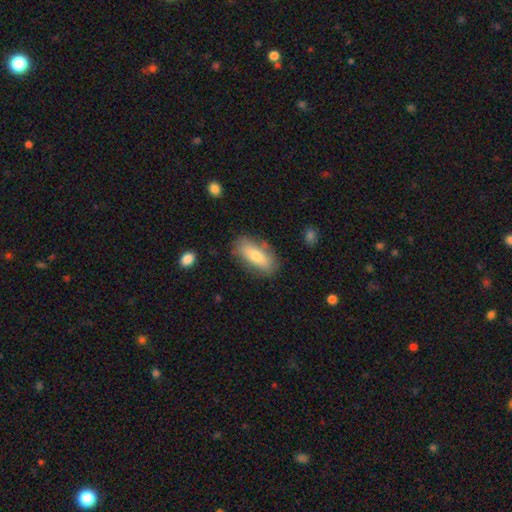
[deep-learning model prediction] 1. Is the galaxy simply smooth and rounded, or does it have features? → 70% smooth, 24% featured or disk, 7% star or artifact.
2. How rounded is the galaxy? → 81% in between, 16% cigar-shaped, 3% round.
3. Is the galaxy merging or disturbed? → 78% none, 16% minor disturbance, 4% major disturbance, 3% merger.